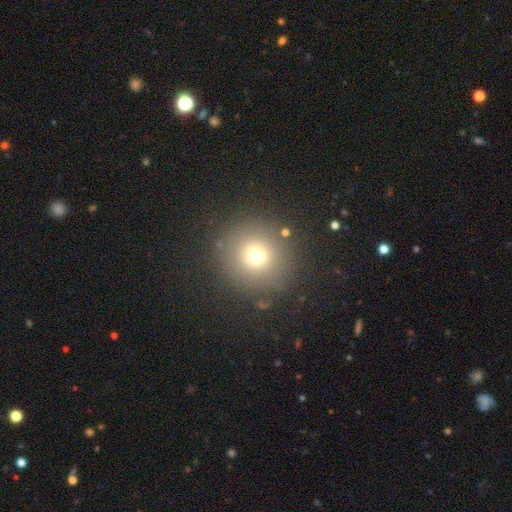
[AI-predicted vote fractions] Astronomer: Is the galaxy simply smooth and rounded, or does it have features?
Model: smooth — 69%.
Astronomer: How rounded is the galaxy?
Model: round — 94%.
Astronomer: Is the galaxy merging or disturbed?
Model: none — 85%.